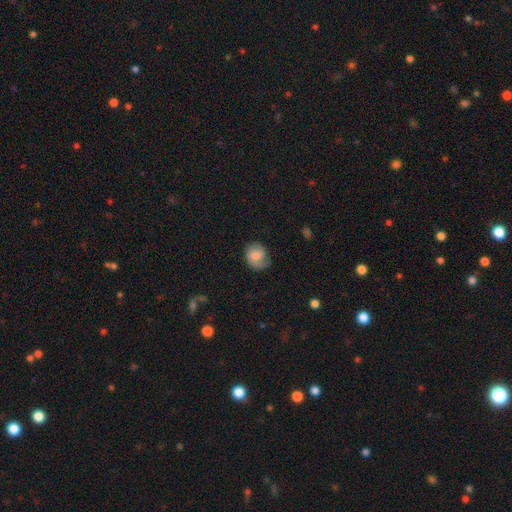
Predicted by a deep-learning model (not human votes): Smooth or featured? smooth (56%)
How rounded? round (63%)
Merging? none (57%)